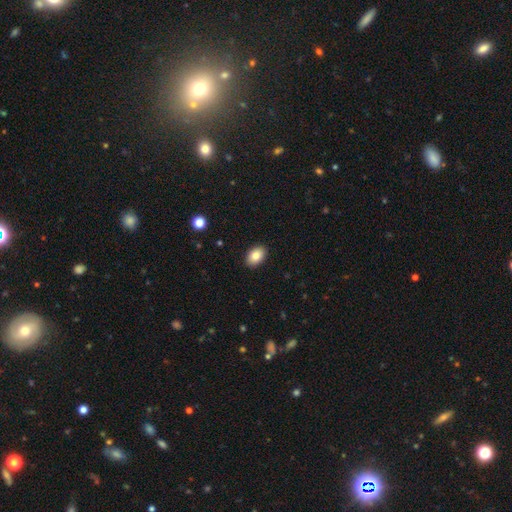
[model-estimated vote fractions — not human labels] A smooth galaxy with no disk features (85%) that is in between round and cigar-shaped (87%).

Vote fractions:
- Smooth or featured? smooth: 85% / star or artifact: 8% / featured or disk: 7%
- How rounded? in between: 87% / round: 12% / cigar-shaped: 1%
- Merging? none: 90% / minor disturbance: 8% / major disturbance: 2% / merger: 1%